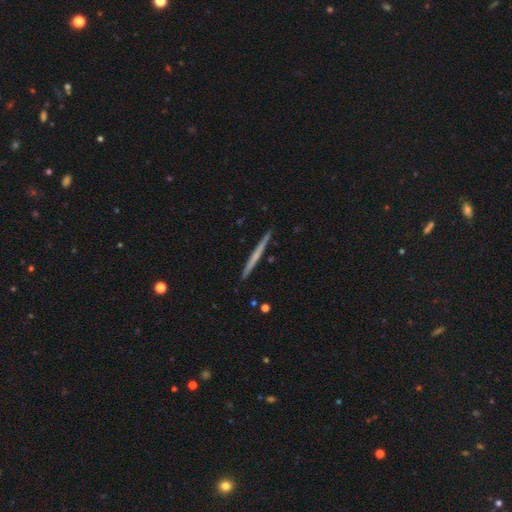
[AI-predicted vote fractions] Smooth or featured? featured or disk (54%)
Edge-on disk? yes (98%)
Edge-on bulge? none (82%)
Merging? none (92%)